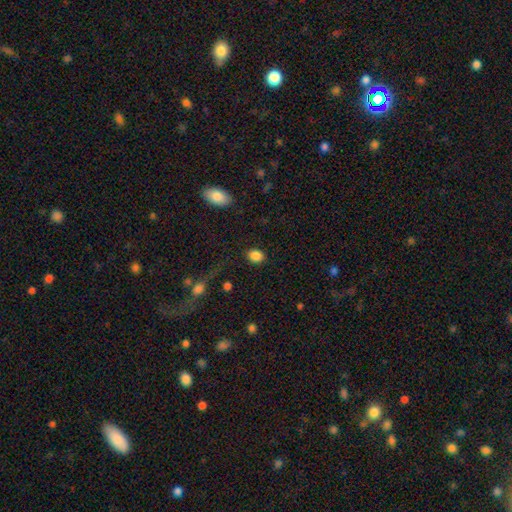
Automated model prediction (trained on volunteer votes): A smooth galaxy with no disk features (87%) that is in between round and cigar-shaped (53%). Merging: none (86%).